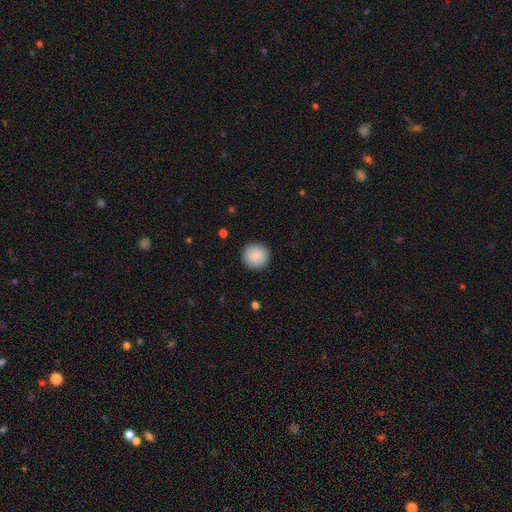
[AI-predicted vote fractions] smooth_or_featured: smooth (p=0.89) [alt: star or artifact p=0.07]
how_rounded: round (p=0.95) [alt: in between p=0.04]
merging: none (p=0.92) [alt: minor disturbance p=0.05]